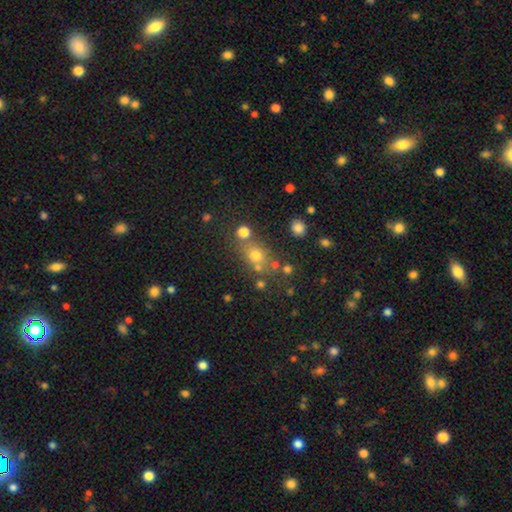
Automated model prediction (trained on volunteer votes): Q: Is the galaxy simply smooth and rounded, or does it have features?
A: smooth — 62%.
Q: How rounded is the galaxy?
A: round — 64%.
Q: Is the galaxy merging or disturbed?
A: none — 63%.